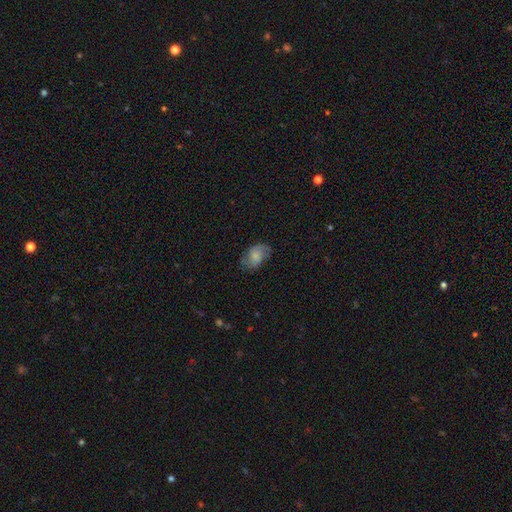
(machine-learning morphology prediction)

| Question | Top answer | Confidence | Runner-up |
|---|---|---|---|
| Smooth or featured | featured or disk | 46% | tied: smooth (46%) |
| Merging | none | 66% | minor disturbance (22%) |